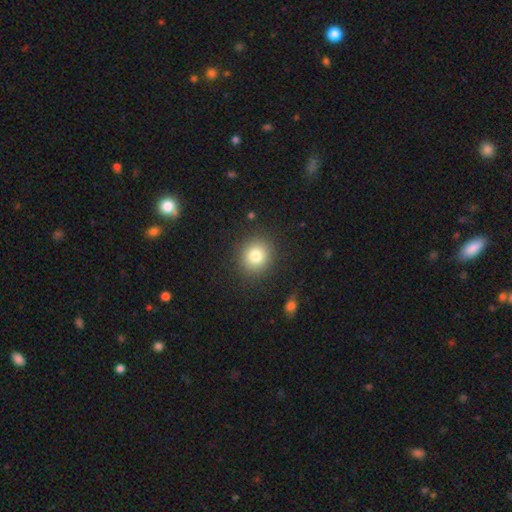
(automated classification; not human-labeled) A smooth galaxy with no disk features (79%) that is round (86%). Merging: none (89%).